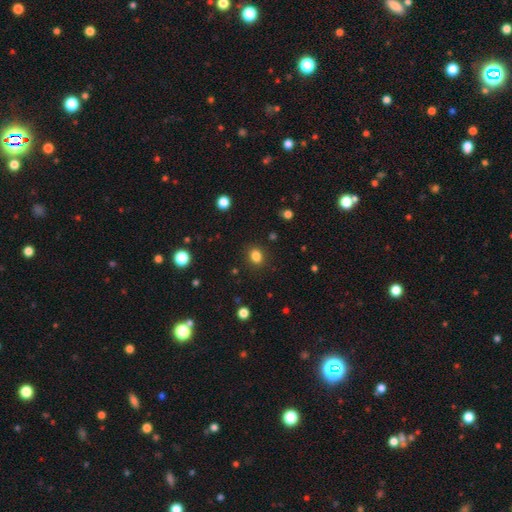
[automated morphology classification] Overall: smooth (83%). How rounded: round (52%; in between 47%). Merging: none (88%).